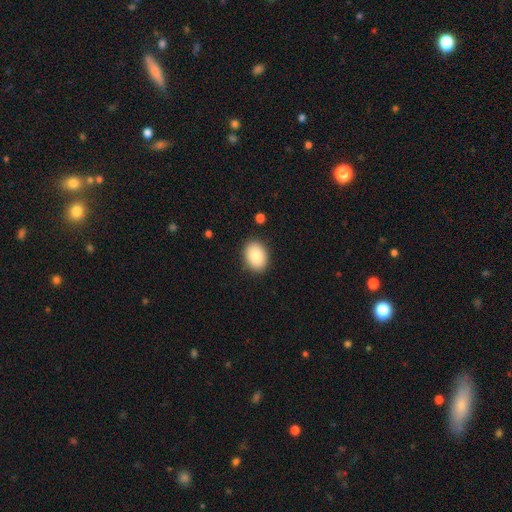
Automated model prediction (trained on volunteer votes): Morphology: type=smooth (85%); roundness=in between (69%); merging=none (87%).